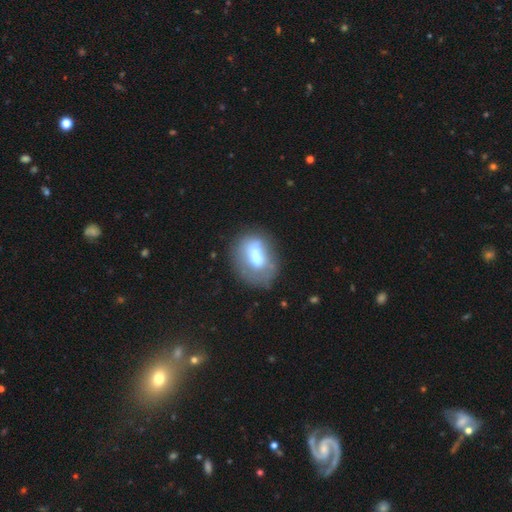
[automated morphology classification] smooth-or-featured: smooth: 57% | featured or disk: 33% | star or artifact: 10%
  how-rounded: in between: 66% | round: 31% | cigar-shaped: 2%
  merging: none: 46% | minor disturbance: 24% | major disturbance: 20% | merger: 10%